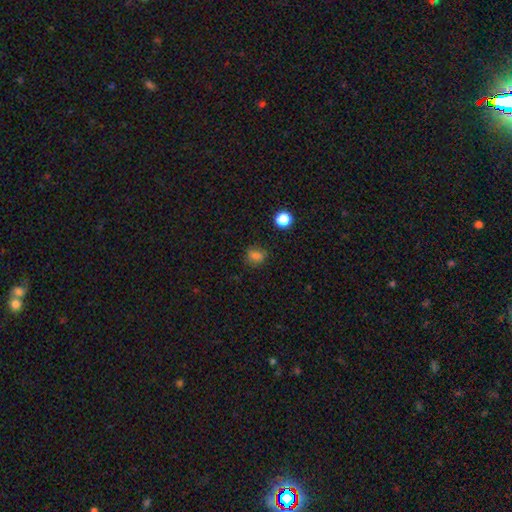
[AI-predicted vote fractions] Morphology: type=smooth (77%); roundness=round (57%); merging=none (77%).